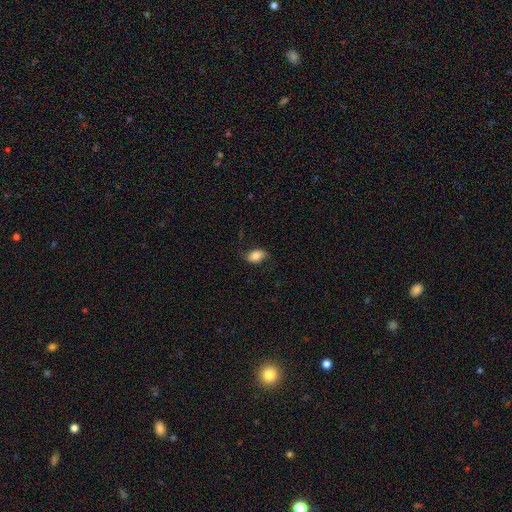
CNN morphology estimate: smooth_or_featured: smooth (p=0.73) [alt: featured or disk p=0.19]
how_rounded: in between (p=0.87) [alt: round p=0.11]
merging: none (p=0.72) [alt: minor disturbance p=0.20]